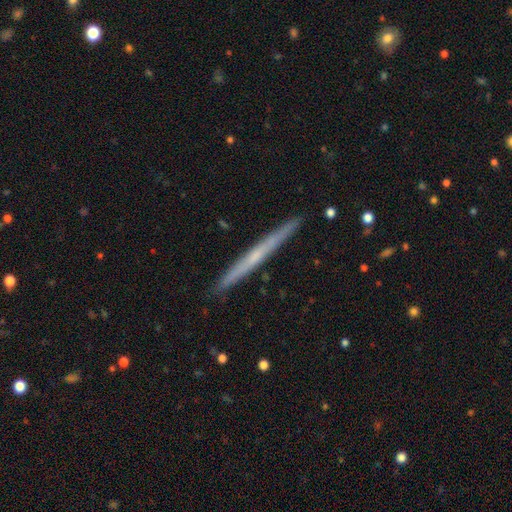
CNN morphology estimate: type=featured or disk (56%); edge-on=yes (97%); edge-on bulge=none (77%); merging=none (92%).